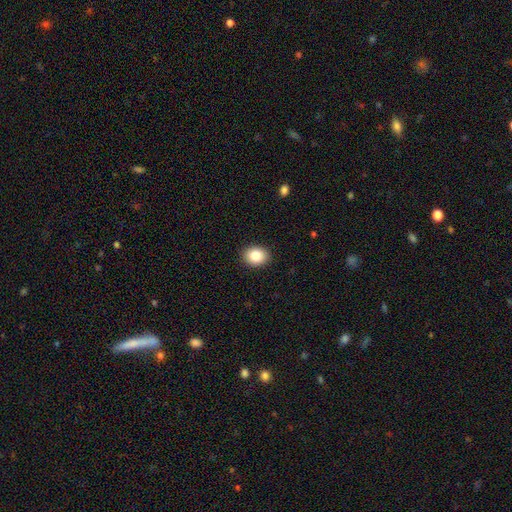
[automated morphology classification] This is clearly a smooth galaxy (85%). How rounded: possibly in between (53%). Merging: clearly none (91%).